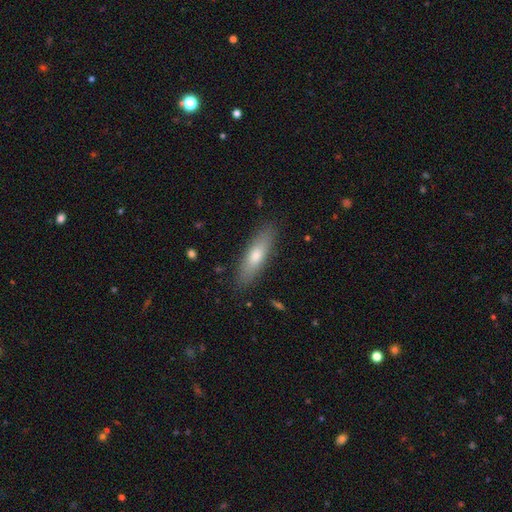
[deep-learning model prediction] This appears to be a smooth galaxy with no disk features (67%) that is cigar-shaped (59%). Merging: none (86%).